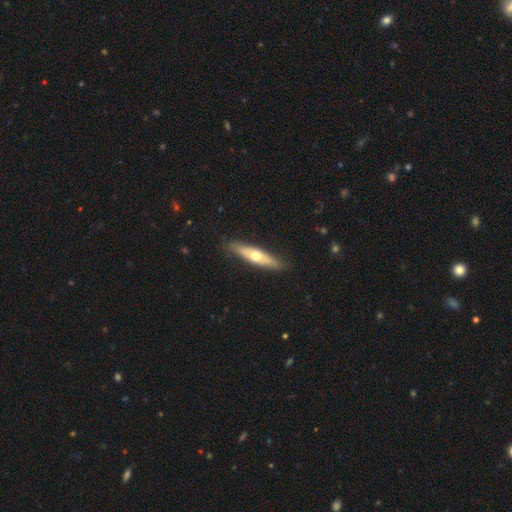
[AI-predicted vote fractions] Morphology: type=featured or disk (49%); merging=none (87%).